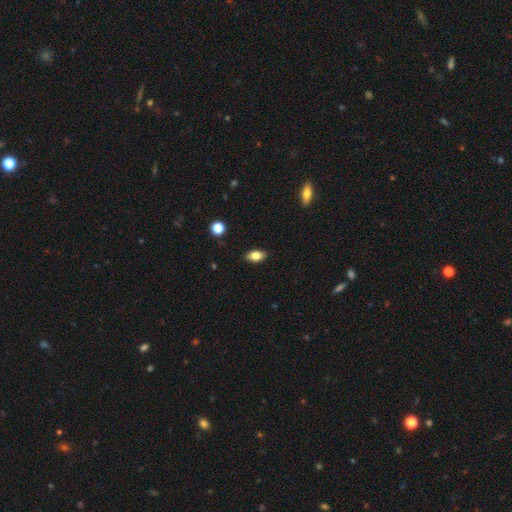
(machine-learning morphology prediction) A smooth galaxy with no disk features (78%) that is in between round and cigar-shaped (88%).

Vote fractions:
- Smooth or featured? smooth: 78% / featured or disk: 13% / star or artifact: 9%
- How rounded? in between: 88% / round: 8% / cigar-shaped: 4%
- Merging? none: 88% / minor disturbance: 9% / major disturbance: 2% / merger: 1%